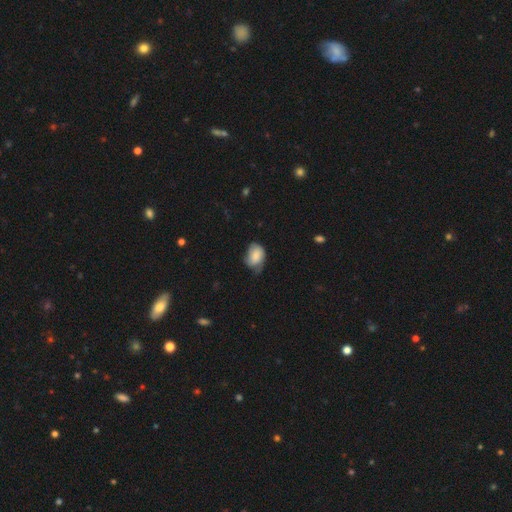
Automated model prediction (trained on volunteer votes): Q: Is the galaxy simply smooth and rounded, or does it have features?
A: smooth — 72%.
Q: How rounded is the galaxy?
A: in between — 76%.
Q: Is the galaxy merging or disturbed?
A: minor disturbance — 43%.